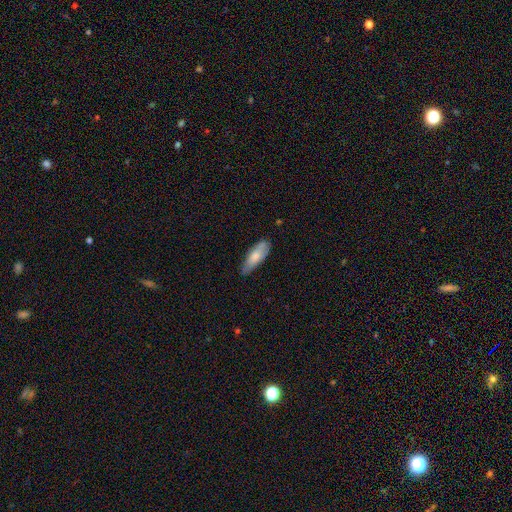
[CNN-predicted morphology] This appears to be a smooth galaxy with no disk features (73%) that is in between round and cigar-shaped (61%). Merging: none (68%).